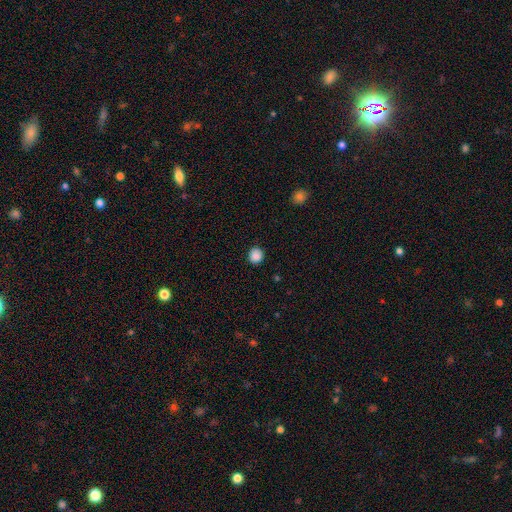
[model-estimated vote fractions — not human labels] Smooth or featured?
  - smooth: 87% *
  - star or artifact: 10%
  - featured or disk: 3%
How rounded?
  - round: 87% *
  - in between: 12%
  - cigar-shaped: 1%
Merging?
  - none: 89% *
  - minor disturbance: 8%
  - major disturbance: 2%
  - merger: 1%